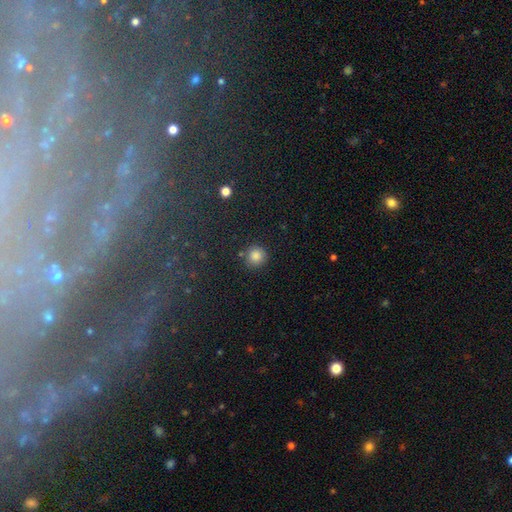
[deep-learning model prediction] Smooth or featured?
  - smooth: 84% *
  - star or artifact: 11%
  - featured or disk: 5%
How rounded?
  - round: 93% *
  - in between: 6%
  - cigar-shaped: 1%
Merging?
  - none: 85% *
  - minor disturbance: 9%
  - merger: 3%
  - major disturbance: 3%